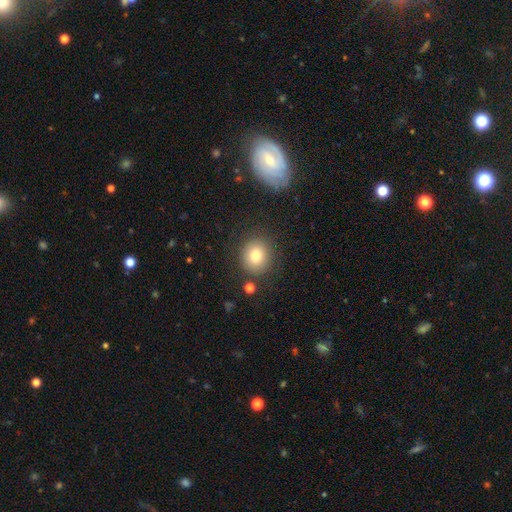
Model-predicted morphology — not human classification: A smooth galaxy with no disk features (79%) that is round (83%). Merging: none (85%).